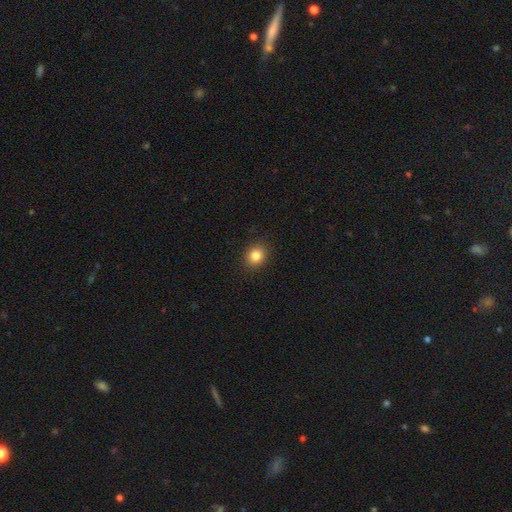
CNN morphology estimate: A smooth galaxy with no disk features (84%) that is round (68%). Merging: none (90%).